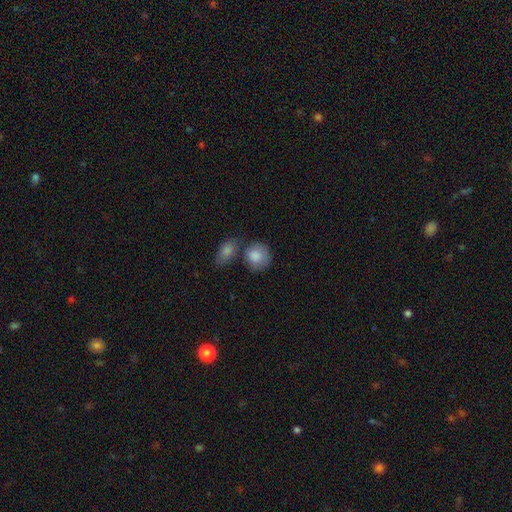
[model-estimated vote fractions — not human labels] This is clearly a smooth galaxy (86%). How rounded: likely round (76%). Merging: possibly none (52%).